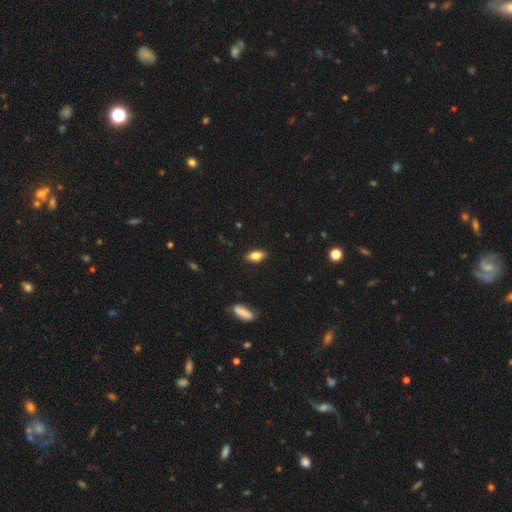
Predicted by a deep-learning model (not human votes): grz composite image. It shows a smooth galaxy with no disk features (79%) that is in between round and cigar-shaped (86%). Merging: none (87%).